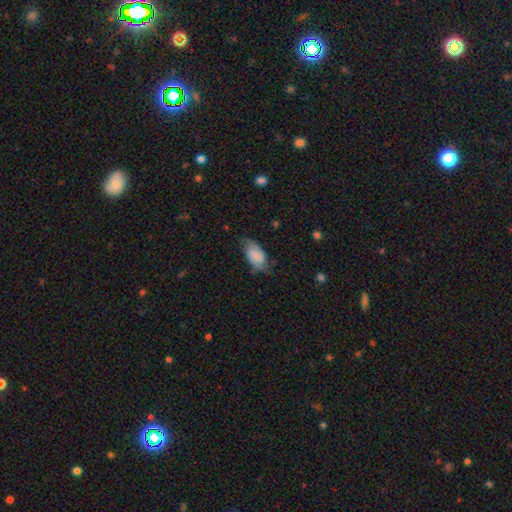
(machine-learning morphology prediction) smooth-or-featured: smooth: 58% | featured or disk: 34% | star or artifact: 8%
  how-rounded: in between: 93% | round: 5% | cigar-shaped: 3%
  merging: none: 58% | minor disturbance: 29% | major disturbance: 11% | merger: 2%